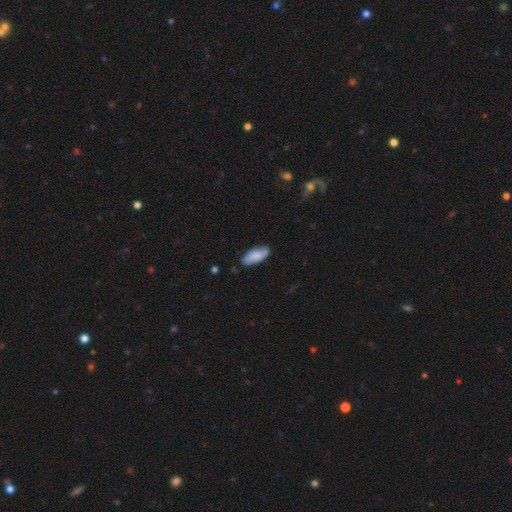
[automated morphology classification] type=smooth (81%); roundness=in between (84%); merging=none (76%).